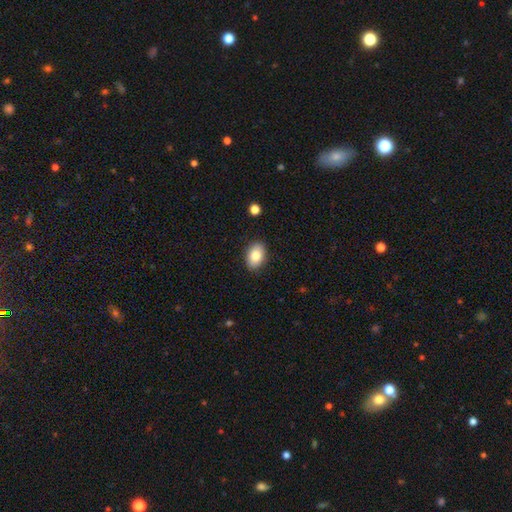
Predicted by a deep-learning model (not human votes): smooth-or-featured: smooth: 83% | featured or disk: 10% | star or artifact: 7%
  how-rounded: in between: 85% | round: 14% | cigar-shaped: 1%
  merging: none: 89% | minor disturbance: 8% | major disturbance: 2% | merger: 1%